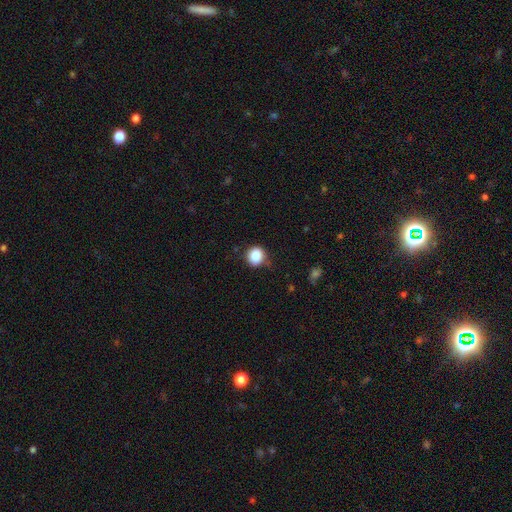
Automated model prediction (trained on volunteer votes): smooth_or_featured: smooth (p=0.87) [alt: star or artifact p=0.09]
how_rounded: round (p=0.84) [alt: in between p=0.15]
merging: none (p=0.74) [alt: minor disturbance p=0.20]